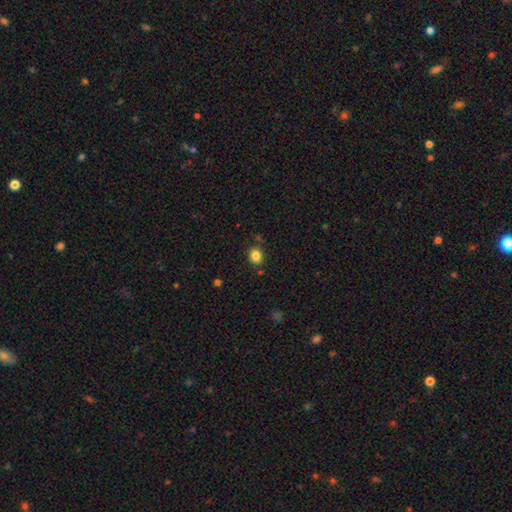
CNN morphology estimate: smooth 83%, star or artifact 11%, featured or disk 5%. Down the decision tree: how rounded — round (70%); merging — none (82%).